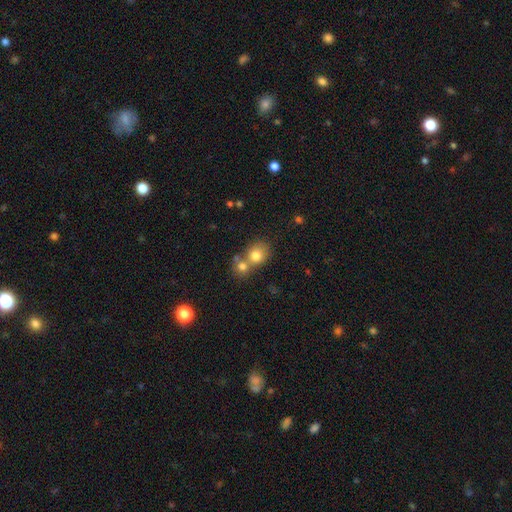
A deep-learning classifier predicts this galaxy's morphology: smooth-or-featured: smooth: 77% | featured or disk: 12% | star or artifact: 11%
  how-rounded: round: 69% | in between: 30% | cigar-shaped: 1%
  merging: merger: 53% | none: 37% | minor disturbance: 7% | major disturbance: 3%